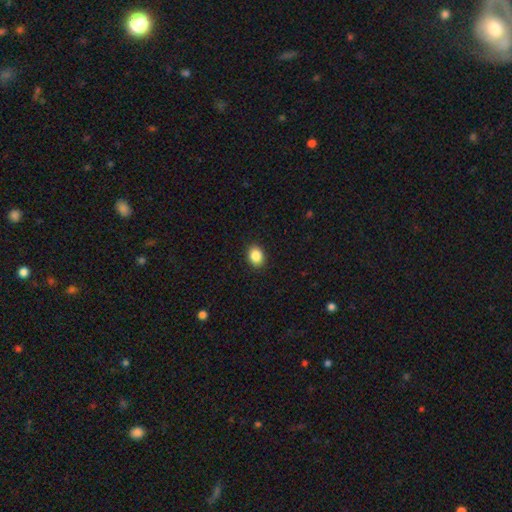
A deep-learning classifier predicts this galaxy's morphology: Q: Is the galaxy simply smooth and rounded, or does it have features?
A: smooth — 87%.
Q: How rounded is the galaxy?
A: in between — 53%.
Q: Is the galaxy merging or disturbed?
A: none — 90%.